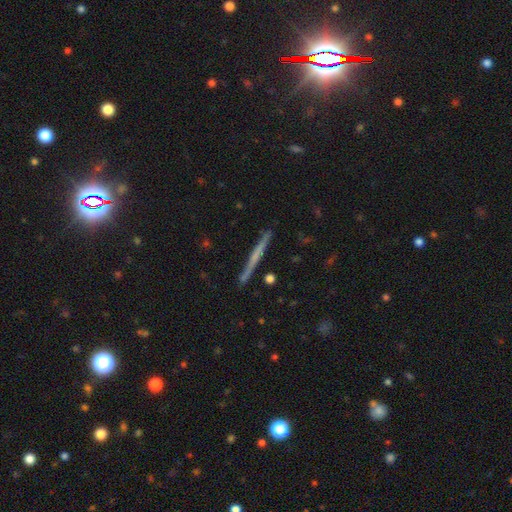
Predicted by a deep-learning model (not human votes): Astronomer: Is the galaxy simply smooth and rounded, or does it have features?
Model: featured or disk — 58% (runner-up: smooth, 36%).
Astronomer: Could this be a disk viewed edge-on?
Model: yes — 98%.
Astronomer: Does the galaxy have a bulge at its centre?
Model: none — 70%.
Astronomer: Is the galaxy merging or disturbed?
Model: none — 90%.